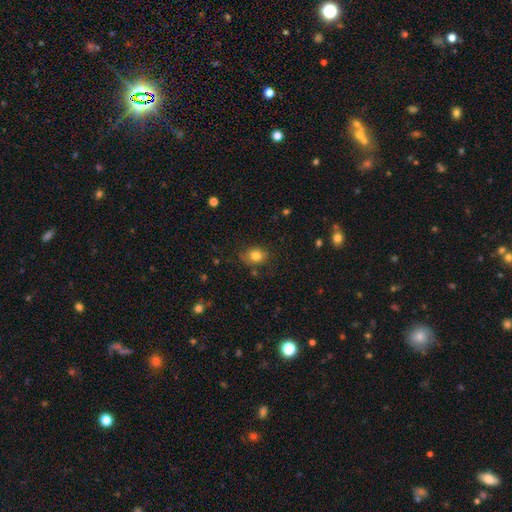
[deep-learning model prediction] Smooth or featured? smooth (81%)
How rounded? in between (55%)
Merging? none (76%)